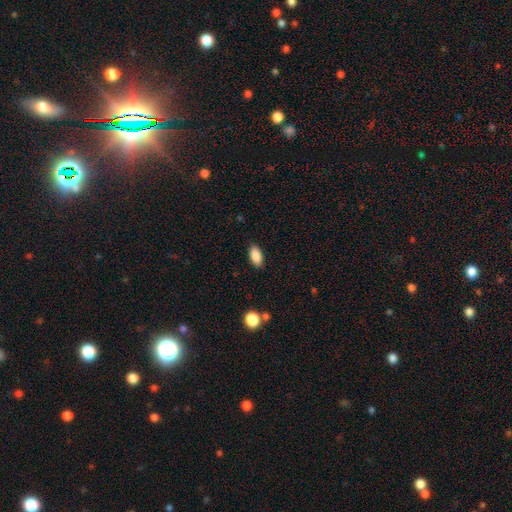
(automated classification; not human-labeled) Overall: smooth (88%). How rounded: in between (90%). Merging: none (87%).